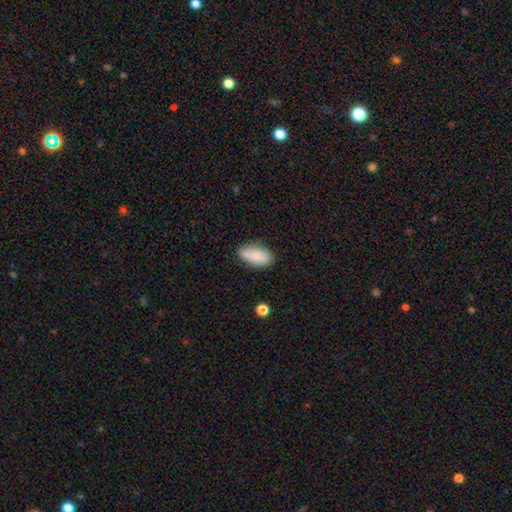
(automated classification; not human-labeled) smooth_or_featured: smooth (p=0.74) [alt: featured or disk p=0.19]
how_rounded: in between (p=0.91) [alt: cigar-shaped p=0.05]
merging: none (p=0.74) [alt: minor disturbance p=0.18]